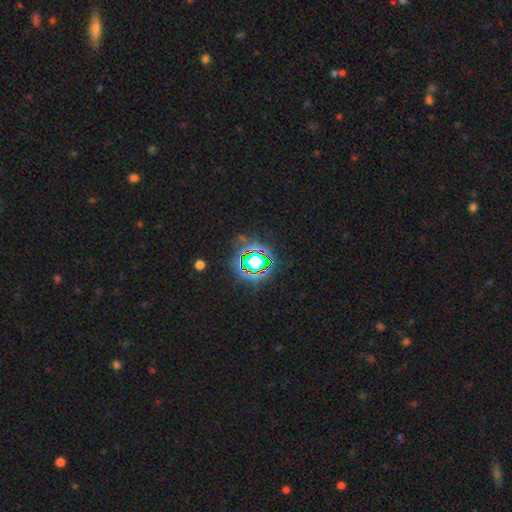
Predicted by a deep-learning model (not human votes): A star or artifact, not a galaxy (78%).

Vote fractions:
- Smooth or featured? star or artifact: 78% / smooth: 13% / featured or disk: 9%